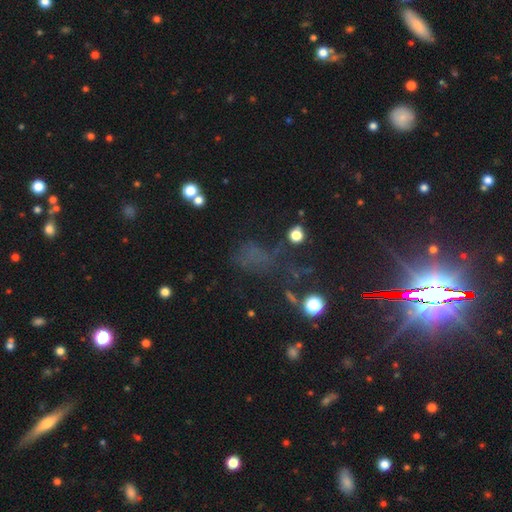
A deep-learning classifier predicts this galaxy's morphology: Smooth or featured: star or artifact — 48% (smooth — 34%)